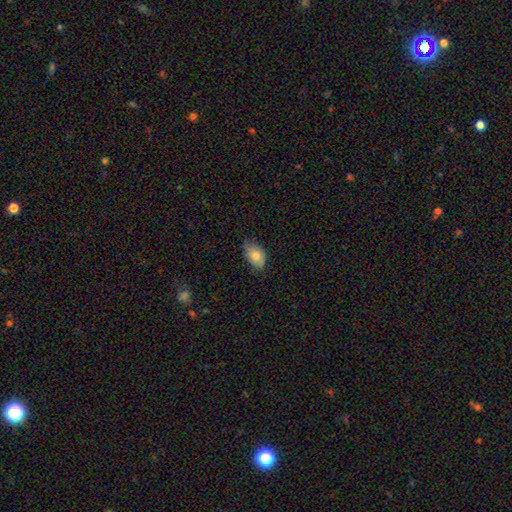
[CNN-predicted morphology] Smooth or featured? Predicted: smooth (p=0.80). How rounded? Predicted: in between (p=0.88). Merging? Predicted: none (p=0.67).